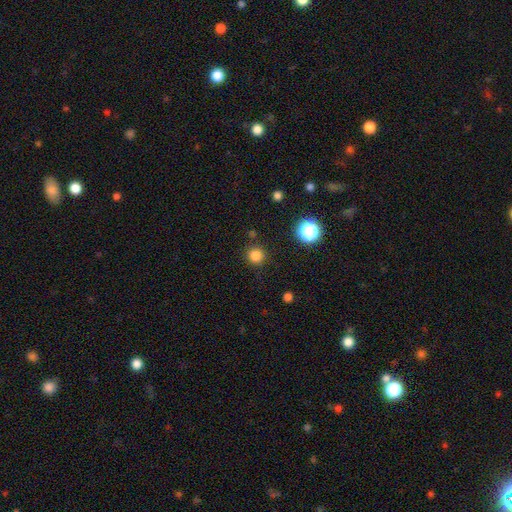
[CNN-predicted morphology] Q: Smooth or featured?
A: smooth (82%); runner-up: star or artifact (14%)
Q: How rounded?
A: round (95%); runner-up: in between (4%)
Q: Merging?
A: none (89%); runner-up: minor disturbance (6%)